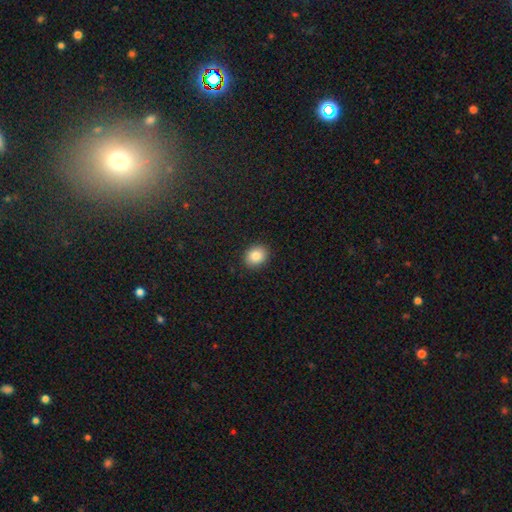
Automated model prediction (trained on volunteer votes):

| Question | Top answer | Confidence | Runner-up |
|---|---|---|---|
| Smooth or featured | smooth | 86% | star or artifact (9%) |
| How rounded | round | 53% | in between (47%) |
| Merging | none | 90% | minor disturbance (7%) |